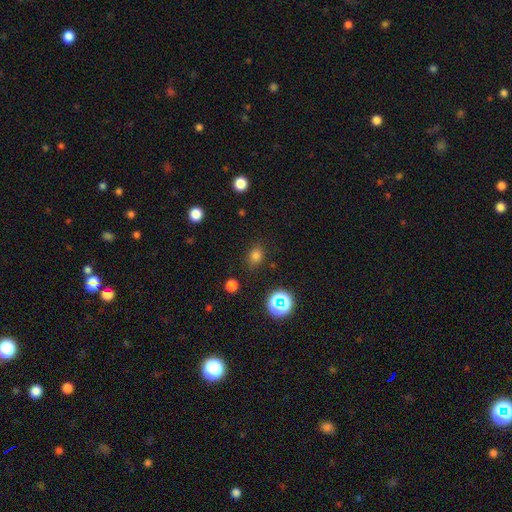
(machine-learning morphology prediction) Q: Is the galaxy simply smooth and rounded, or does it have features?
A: smooth — 75%.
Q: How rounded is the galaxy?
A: round — 58%.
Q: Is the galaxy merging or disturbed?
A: none — 82%.